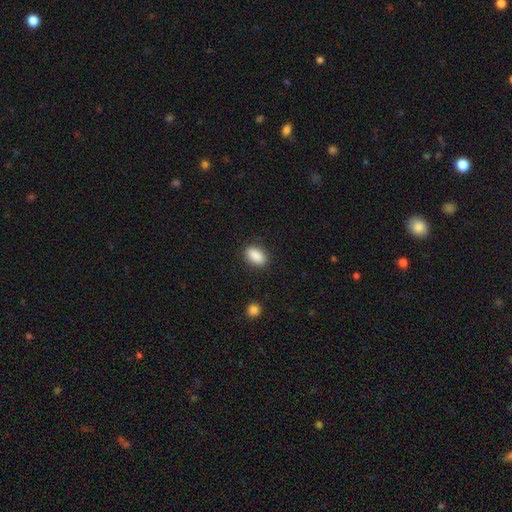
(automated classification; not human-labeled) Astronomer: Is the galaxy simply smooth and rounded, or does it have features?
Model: smooth — 89%.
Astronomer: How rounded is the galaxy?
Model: in between — 90%.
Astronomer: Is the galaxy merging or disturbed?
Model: none — 88%.